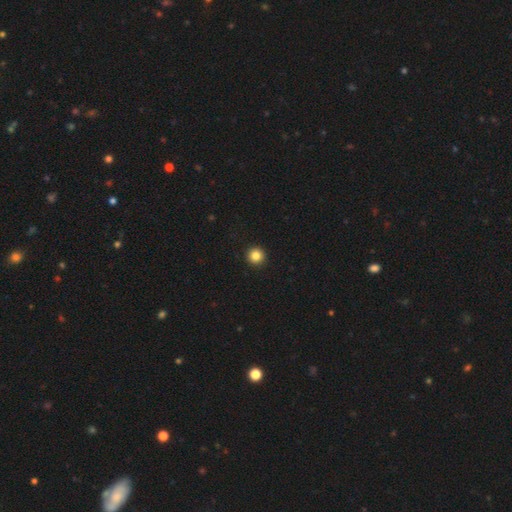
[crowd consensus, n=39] A smooth galaxy with no disk features (87%) that is round (97%). Merging: none (100%).